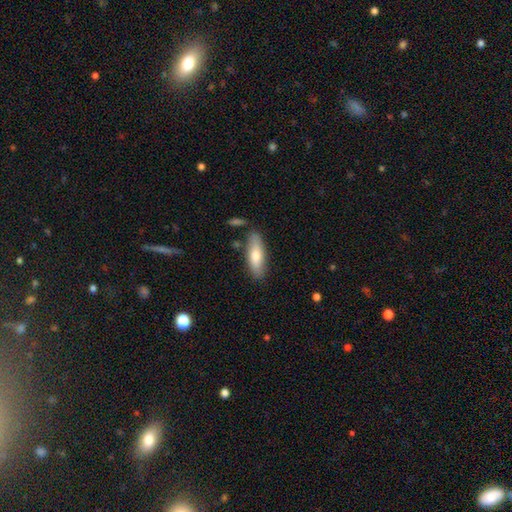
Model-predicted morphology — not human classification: The model was most divided on "how rounded": in between: 53%, cigar-shaped: 45%, round: 2%. More confident: merging — none (80%); smooth or featured — smooth (71%).